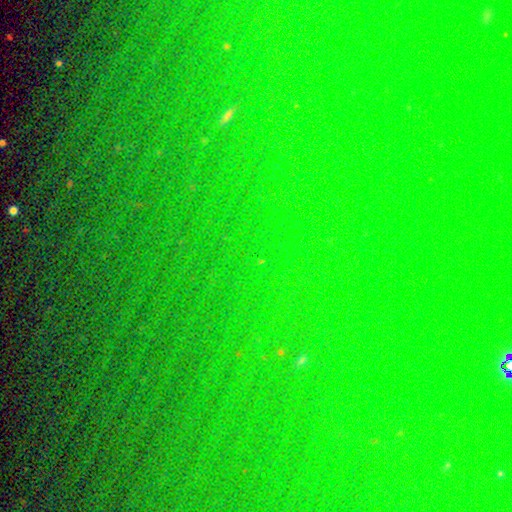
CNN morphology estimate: Smooth or featured? Predicted: star or artifact (p=0.81).